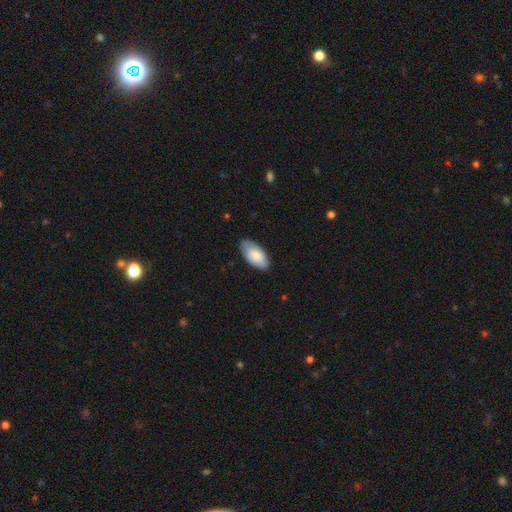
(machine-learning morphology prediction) This is likely a smooth galaxy (78%). How rounded: clearly in between (94%). Merging: likely none (77%).